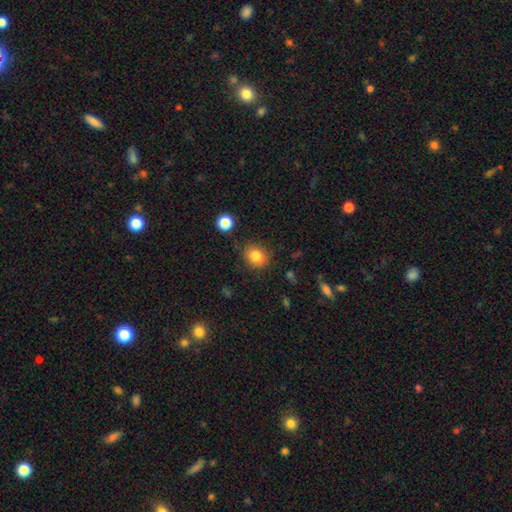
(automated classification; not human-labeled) Smooth or featured? Predicted: smooth (p=0.83). How rounded? Predicted: round (p=0.80). Merging? Predicted: none (p=0.83).